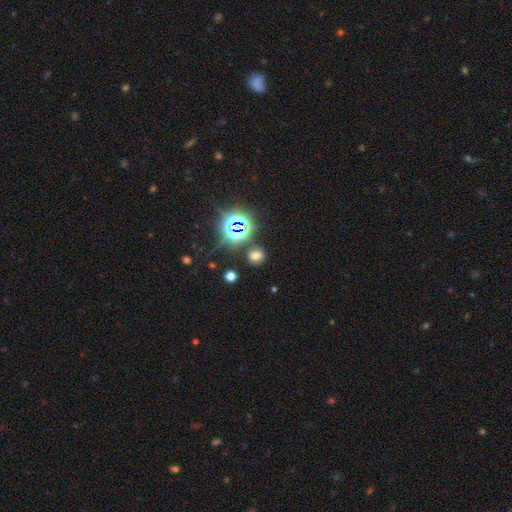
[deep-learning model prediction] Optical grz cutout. It shows a smooth galaxy with no disk features (56%) that is round (59%). Merging: none (81%).